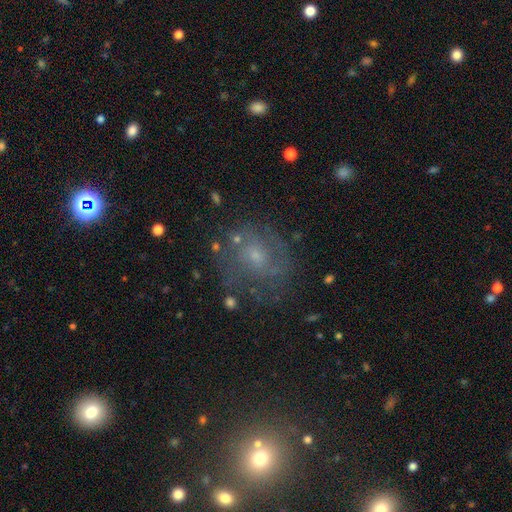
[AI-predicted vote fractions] A featured or disk galaxy (63%) with no bar (60%), 2 (41%) tight (42%, tied with medium) spiral arms (82%) and a small central bulge (62%).

Vote fractions:
- Smooth or featured? featured or disk: 63% / smooth: 21% / star or artifact: 16%
- Edge-on disk? no: 97% / yes: 3%
- Bar? no: 60% / weak: 34% / strong: 6%
- Spiral arms? yes: 82% / no: 18%
- Spiral winding? tight: 42% (tied) / medium: 42% (tied) / loose: 15%
- Spiral arm count? 2: 41% / can't tell: 36% / 3: 9% / 1: 5% / 4: 4% / more than 4: 4%
- Bulge size? small: 62% / moderate: 28% / none: 6% / large: 2% / dominant: 1%
- Merging? none: 69% / minor disturbance: 17% / major disturbance: 11% / merger: 3%